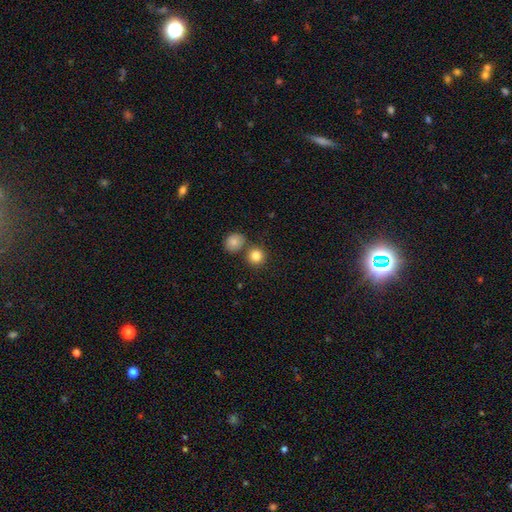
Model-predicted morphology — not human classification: Smooth or featured: smooth — 84% (star or artifact — 10%)
How rounded: round — 90% (in between — 9%)
Merging: none — 69% (merger — 21%)